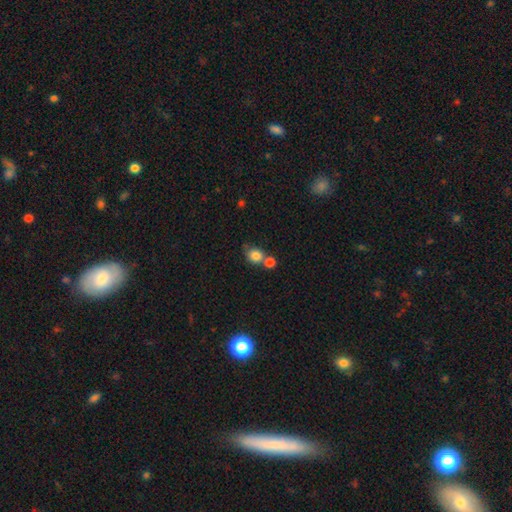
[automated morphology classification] Q: Smooth or featured?
A: smooth (82%); runner-up: star or artifact (10%)
Q: How rounded?
A: round (75%); runner-up: in between (24%)
Q: Merging?
A: none (46%); runner-up: merger (39%)